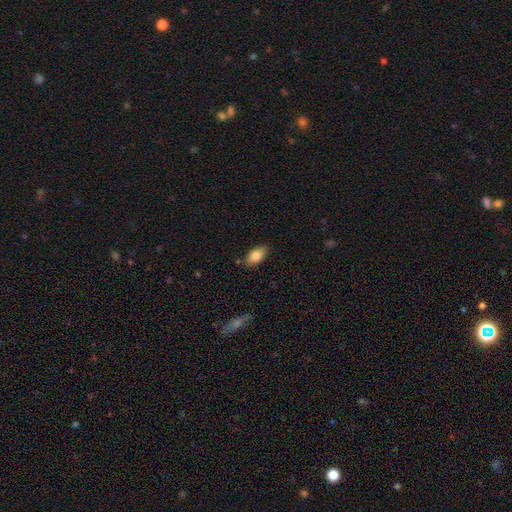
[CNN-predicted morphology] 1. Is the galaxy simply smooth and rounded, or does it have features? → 82% smooth, 10% featured or disk, 7% star or artifact.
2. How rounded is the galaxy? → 91% in between, 5% cigar-shaped, 4% round.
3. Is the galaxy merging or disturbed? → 82% none, 13% minor disturbance, 2% major disturbance, 2% merger.